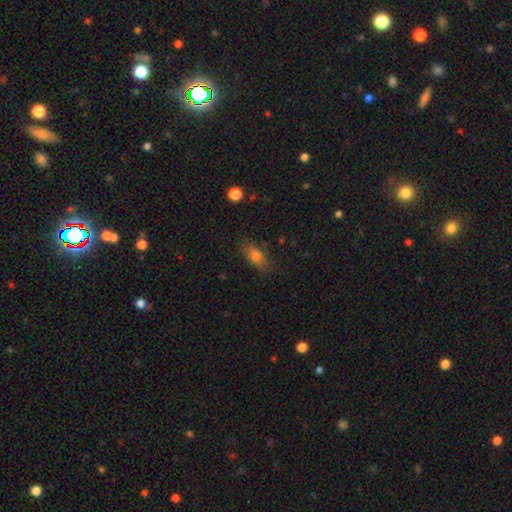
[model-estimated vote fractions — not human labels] This is likely a smooth galaxy (73%). How rounded: likely in between (77%). Merging: likely none (79%).